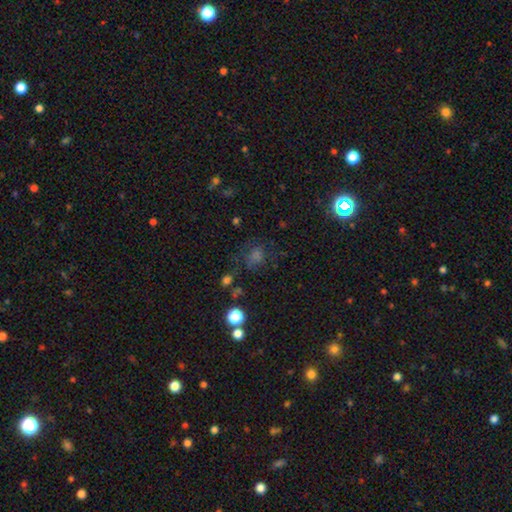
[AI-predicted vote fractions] This appears to be a smooth galaxy with no disk features (43%). Merging: none (63%).